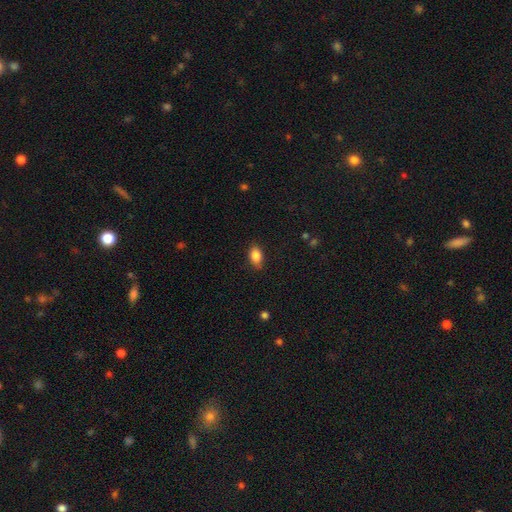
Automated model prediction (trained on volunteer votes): A smooth galaxy with no disk features (86%) that is in between round and cigar-shaped (85%).

Vote fractions:
- Smooth or featured? smooth: 86% / star or artifact: 8% / featured or disk: 6%
- How rounded? in between: 85% / round: 12% / cigar-shaped: 3%
- Merging? none: 82% / minor disturbance: 14% / major disturbance: 3% / merger: 1%